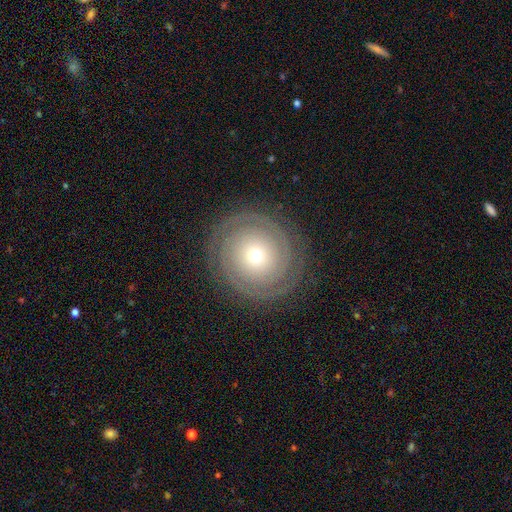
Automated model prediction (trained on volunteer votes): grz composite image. It shows a featured or disk galaxy (83%) with no bar (83%), 2 (67%) tight (86%) spiral arms (95%) and a small central bulge (54%). Merging: none (87%).